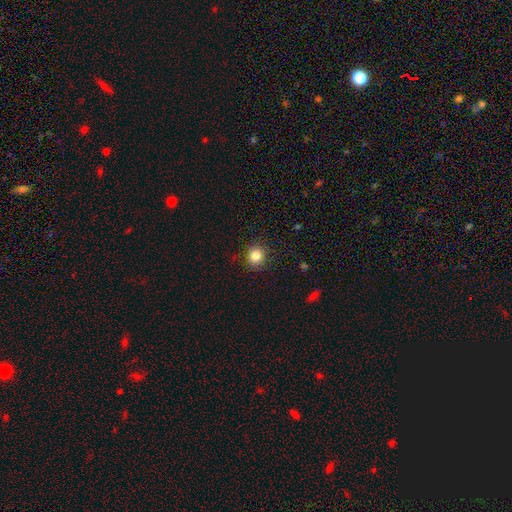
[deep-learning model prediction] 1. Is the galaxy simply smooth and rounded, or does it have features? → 83% smooth, 11% star or artifact, 5% featured or disk.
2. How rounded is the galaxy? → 88% round, 11% in between, 1% cigar-shaped.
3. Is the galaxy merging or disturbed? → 88% none, 8% minor disturbance, 2% major disturbance, 1% merger.